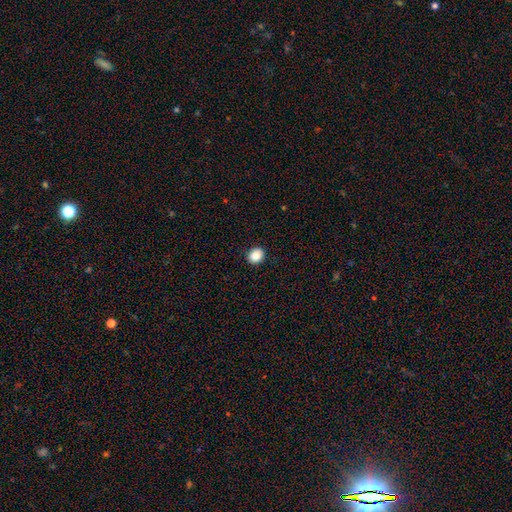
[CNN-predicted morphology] Overall: smooth (87%). How rounded: round (68%; in between 32%). Merging: none (92%).